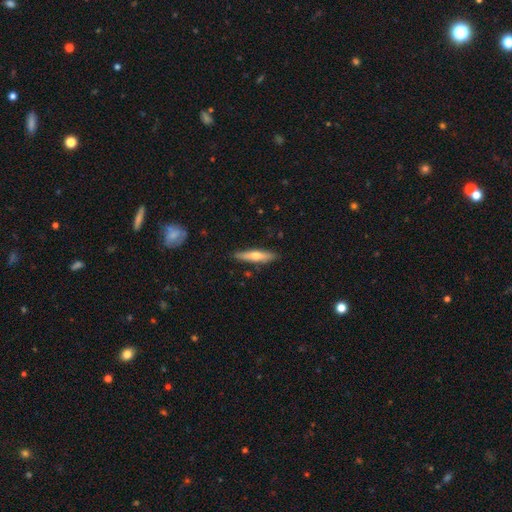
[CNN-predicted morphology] This is possibly a smooth galaxy (54%). How rounded: clearly cigar-shaped (83%). Merging: clearly none (86%).